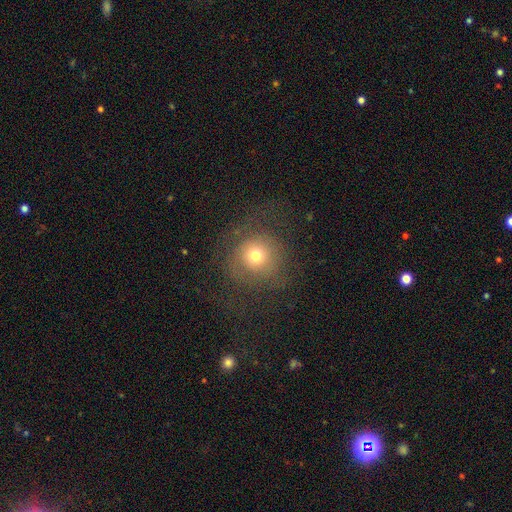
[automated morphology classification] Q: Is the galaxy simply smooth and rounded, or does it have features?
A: smooth — 64%.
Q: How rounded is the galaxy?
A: round — 90%.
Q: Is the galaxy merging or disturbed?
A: none — 65%.